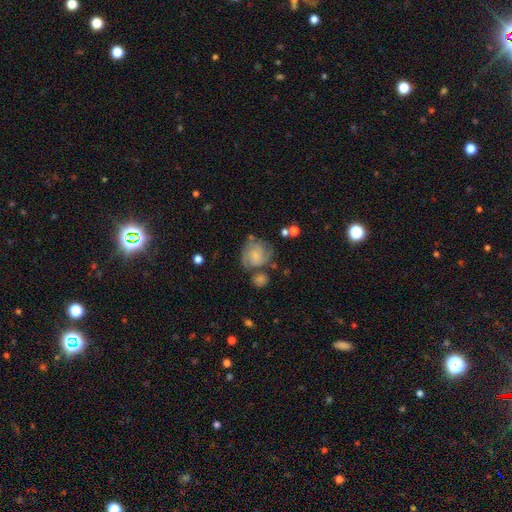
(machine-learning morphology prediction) Smooth or featured? featured or disk (62%)
Edge-on disk? no (98%)
Bar? no (71%)
Spiral arms? yes (88%)
Spiral winding? tight (51%)
Spiral arm count? 2 (30%, tied with can't tell)
Bulge size? small (63%)
Merging? none (51%)